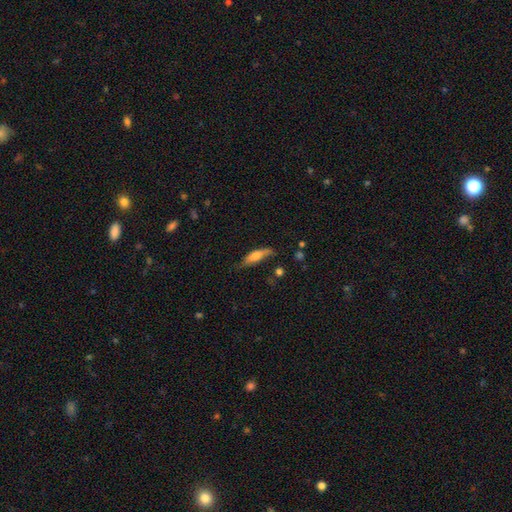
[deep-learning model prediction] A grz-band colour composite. It shows a smooth galaxy with no disk features (62%) that is cigar-shaped (57%). Merging: none (54%).